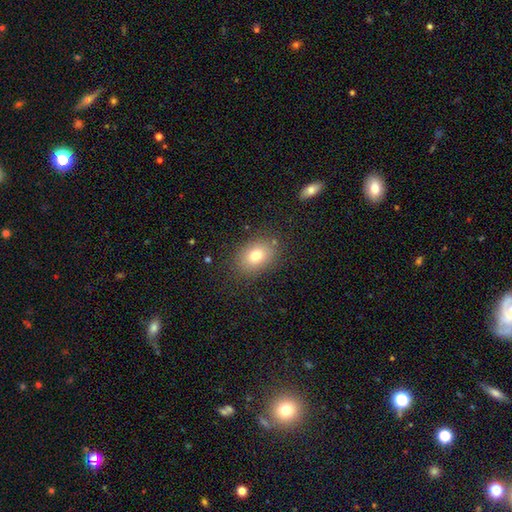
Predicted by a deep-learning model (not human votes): This is likely a smooth galaxy (77%). How rounded: likely in between (73%). Merging: clearly none (82%).